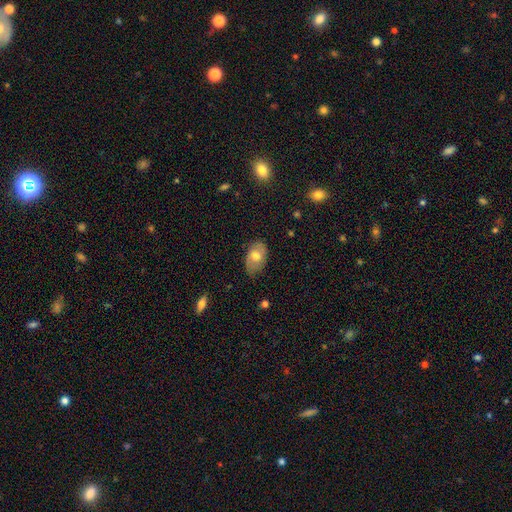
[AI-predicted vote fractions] Smooth or featured? smooth (66%)
How rounded? in between (89%)
Merging? none (74%)